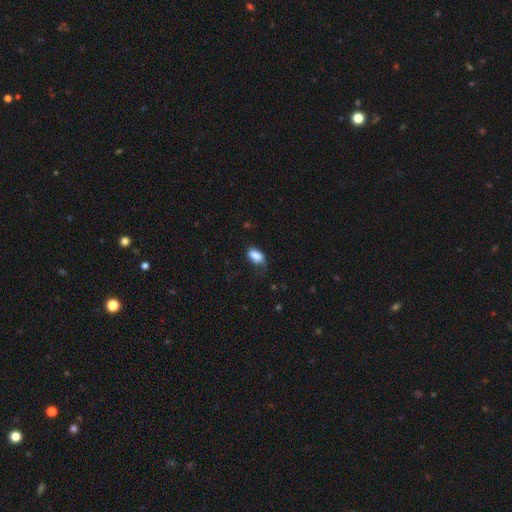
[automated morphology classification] This is clearly a smooth galaxy (84%). How rounded: clearly in between (90%). Merging: possibly none (45%).